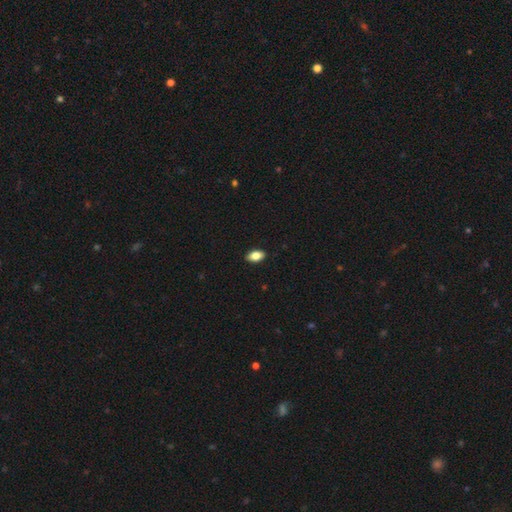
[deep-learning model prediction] Smooth or featured? Predicted: smooth (p=0.83). How rounded? Predicted: in between (p=0.91). Merging? Predicted: none (p=0.89).